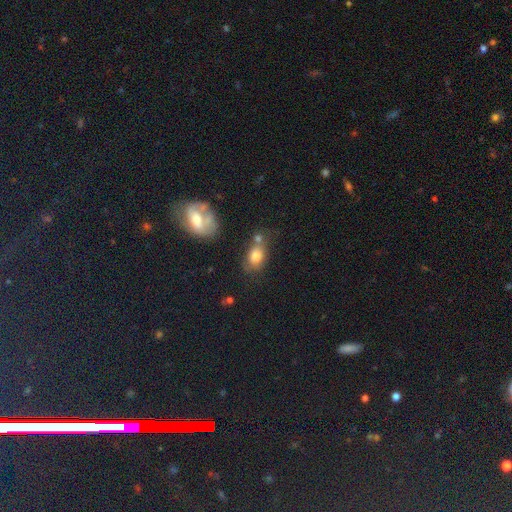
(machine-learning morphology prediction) Q: Smooth or featured?
A: smooth (78%); runner-up: featured or disk (12%)
Q: How rounded?
A: in between (76%); runner-up: round (22%)
Q: Merging?
A: none (52%); runner-up: merger (21%)